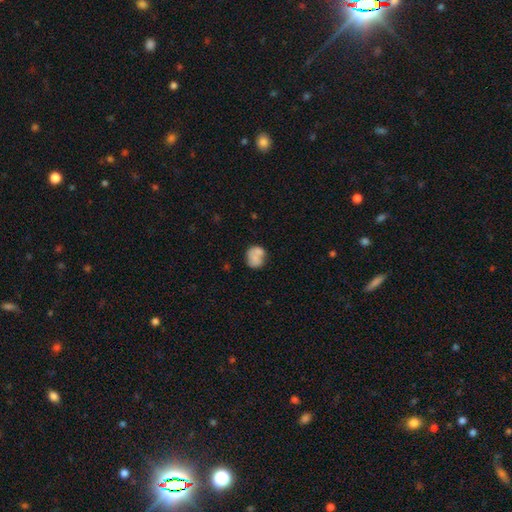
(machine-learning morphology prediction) A smooth galaxy with no disk features (68%) that is round (65%). Merging: none (39%).